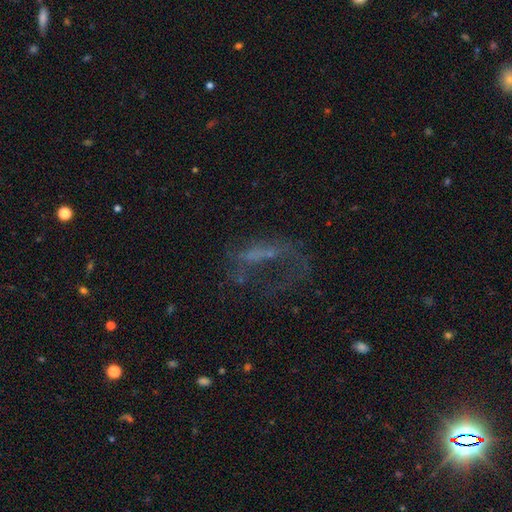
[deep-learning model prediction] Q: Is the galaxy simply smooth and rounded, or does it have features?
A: featured or disk — 45%.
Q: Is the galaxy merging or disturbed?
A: major disturbance — 44%.